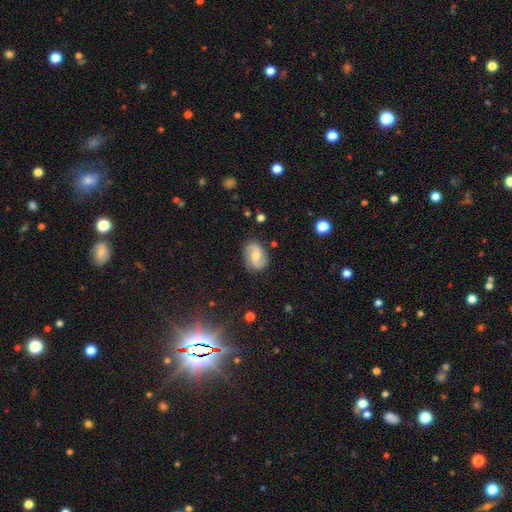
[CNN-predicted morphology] Smooth or featured? Predicted: featured or disk (p=0.62). Edge-on disk? Predicted: no (p=0.97). Bar? Predicted: no (p=0.47). Spiral arms? Predicted: yes (p=0.91). Spiral winding? Predicted: loose (p=0.49). Spiral arm count? Predicted: 2 (p=0.90). Bulge size? Predicted: moderate (p=0.52). Merging? Predicted: none (p=0.82).